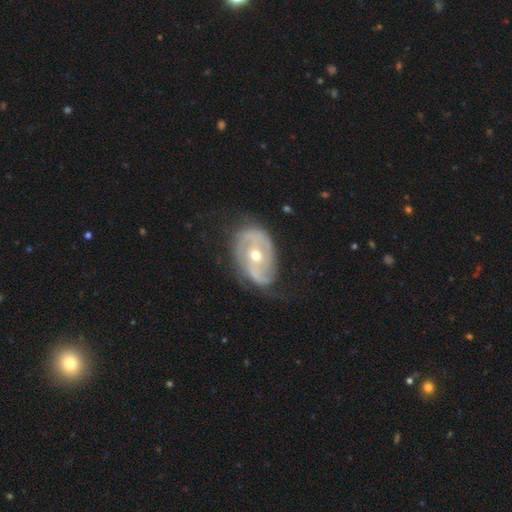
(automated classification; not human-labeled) This appears to be a featured or disk galaxy (80%) with no bar (60%), 2 (57%) tight (43%) spiral arms (83%) and a moderate central bulge (65%). Merging: none (60%).